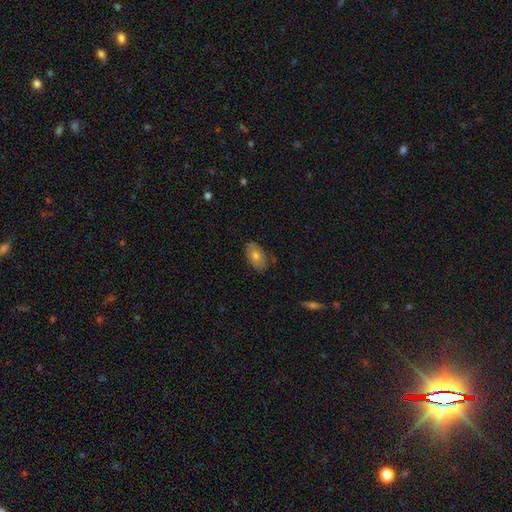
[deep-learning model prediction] Smooth or featured: smooth — 61% (featured or disk — 28%)
How rounded: in between — 89% (round — 8%)
Merging: none — 78% (minor disturbance — 17%)